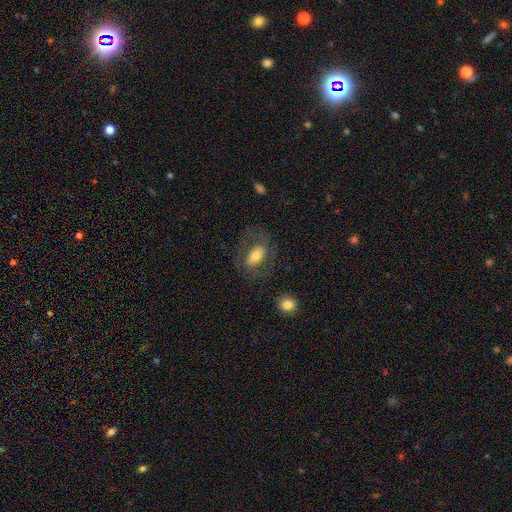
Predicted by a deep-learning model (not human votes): Q: Smooth or featured?
A: smooth (56%); runner-up: featured or disk (36%)
Q: How rounded?
A: in between (87%); runner-up: round (10%)
Q: Merging?
A: none (63%); runner-up: major disturbance (18%)